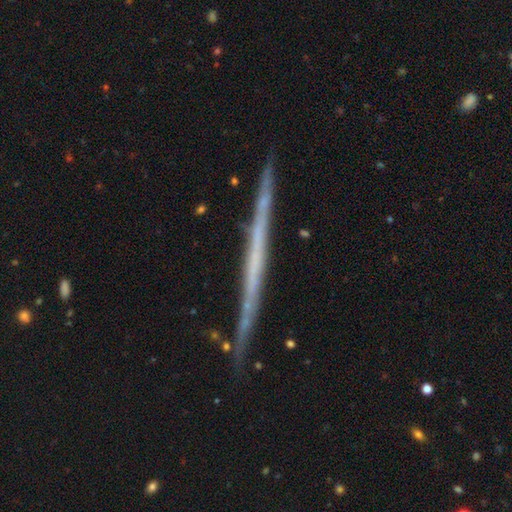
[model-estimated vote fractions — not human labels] This is likely a featured or disk galaxy (66%). It is clearly viewed edge-on (97%). Edge-on bulge: clearly none (91%). Merging: clearly none (87%).